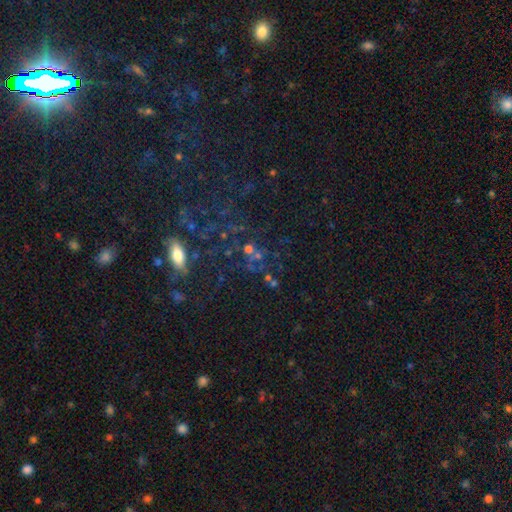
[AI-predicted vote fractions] Smooth or featured? star or artifact (51%)